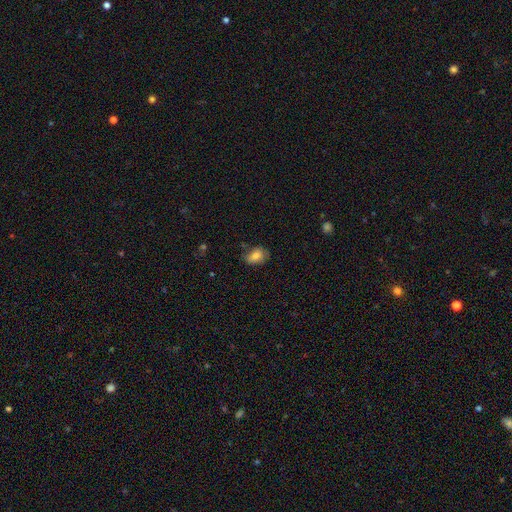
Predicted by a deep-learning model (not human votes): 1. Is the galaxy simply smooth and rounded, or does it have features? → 78% smooth, 13% featured or disk, 9% star or artifact.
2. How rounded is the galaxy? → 82% in between, 17% round, 2% cigar-shaped.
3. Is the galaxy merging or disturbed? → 67% none, 25% minor disturbance, 5% major disturbance, 3% merger.